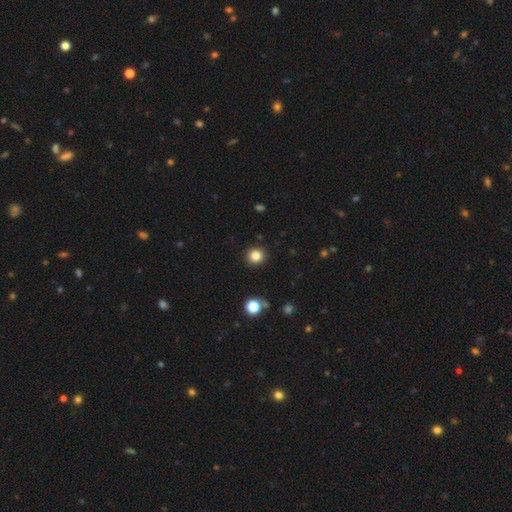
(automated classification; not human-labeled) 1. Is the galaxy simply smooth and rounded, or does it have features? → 84% smooth, 12% star or artifact, 4% featured or disk.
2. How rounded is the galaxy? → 91% round, 8% in between, 1% cigar-shaped.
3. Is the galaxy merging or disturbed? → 92% none, 5% minor disturbance, 2% major disturbance, 1% merger.